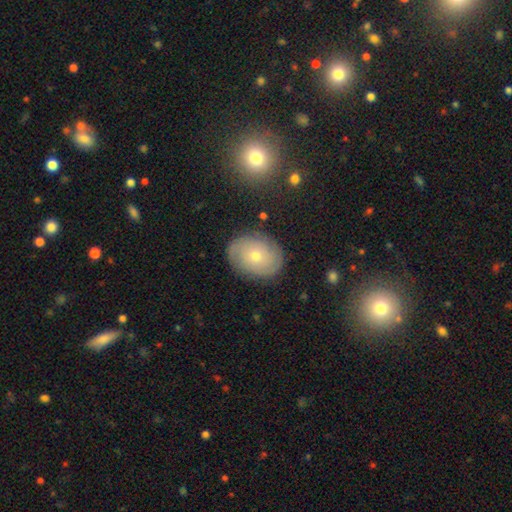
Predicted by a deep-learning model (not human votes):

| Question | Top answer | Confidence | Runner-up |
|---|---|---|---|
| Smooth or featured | featured or disk | 48% | smooth (42%) |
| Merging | none | 83% | minor disturbance (12%) |